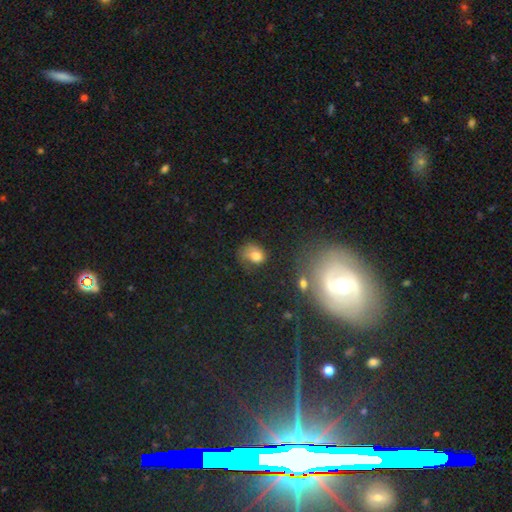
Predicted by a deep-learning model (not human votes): This is likely a smooth galaxy (69%). How rounded: possibly in between (53%). Merging: marginally none (38%).